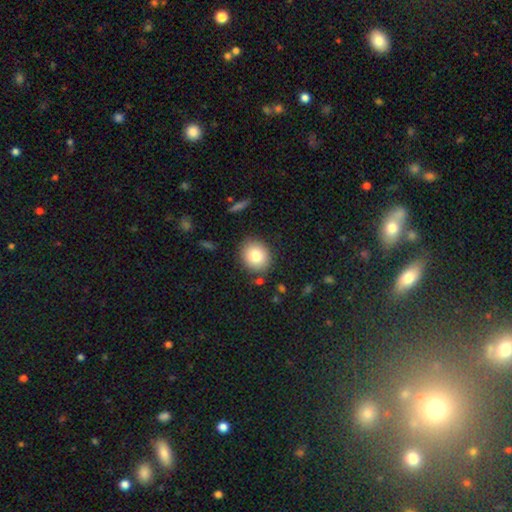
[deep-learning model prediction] This appears to be a smooth galaxy with no disk features (80%) that is round (71%). Merging: none (86%).